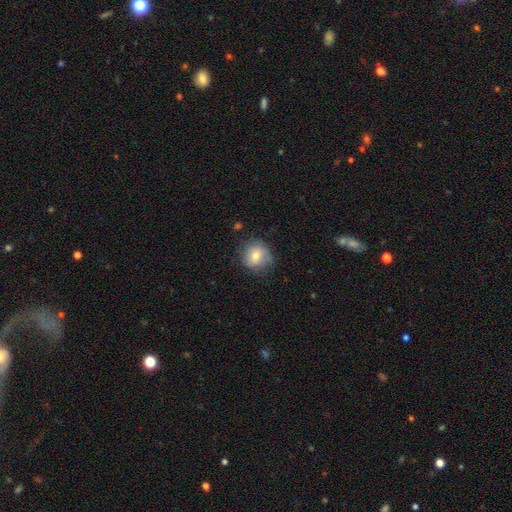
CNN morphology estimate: type=smooth (65%); roundness=round (84%); merging=none (68%).